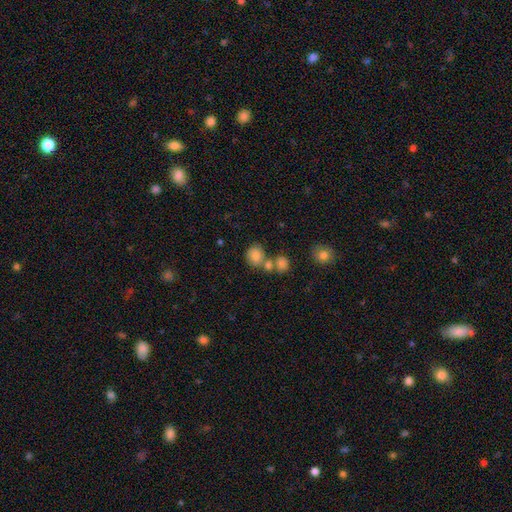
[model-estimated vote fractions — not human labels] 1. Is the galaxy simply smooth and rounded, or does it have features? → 81% smooth, 10% star or artifact, 9% featured or disk.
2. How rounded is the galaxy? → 69% round, 30% in between, 1% cigar-shaped.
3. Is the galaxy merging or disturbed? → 51% none, 33% merger, 11% minor disturbance, 4% major disturbance.